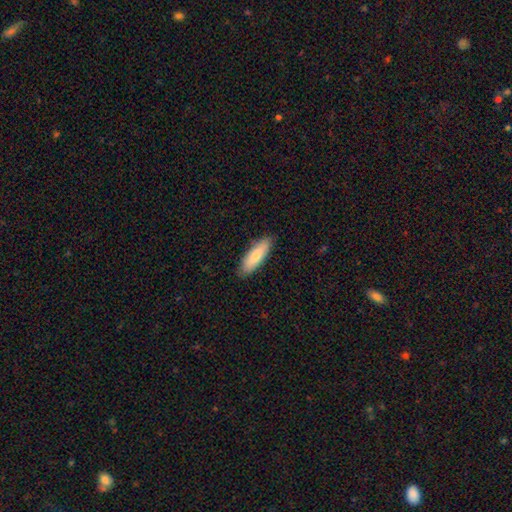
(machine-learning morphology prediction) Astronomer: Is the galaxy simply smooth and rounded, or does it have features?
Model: smooth — 76%.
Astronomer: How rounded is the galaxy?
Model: in between — 50% (runner-up: cigar-shaped, 49%).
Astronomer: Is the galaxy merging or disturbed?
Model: none — 86%.